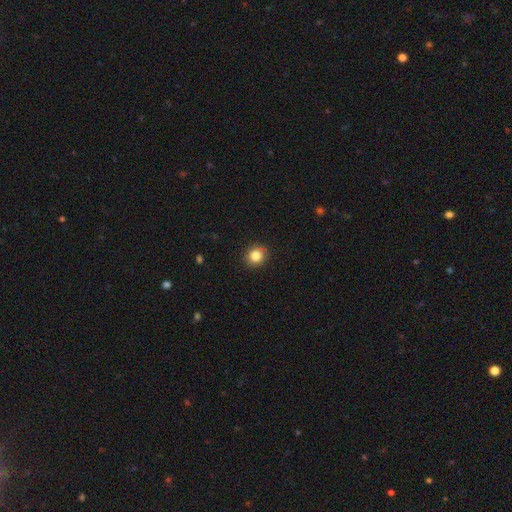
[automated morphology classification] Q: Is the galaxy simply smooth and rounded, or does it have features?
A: smooth — 83%.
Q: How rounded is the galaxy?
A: round — 79%.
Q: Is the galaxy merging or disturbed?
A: none — 89%.